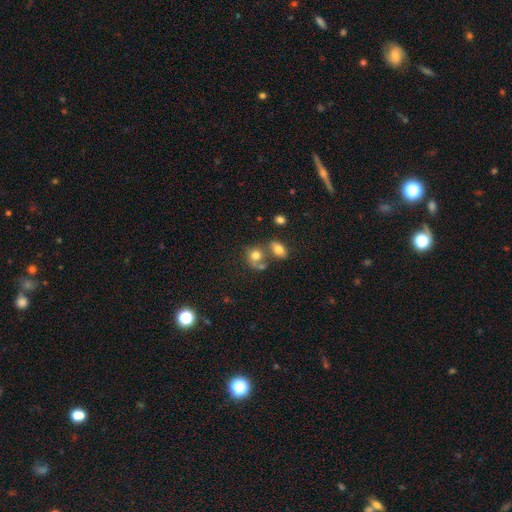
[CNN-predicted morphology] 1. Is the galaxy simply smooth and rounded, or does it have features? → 74% smooth, 14% featured or disk, 11% star or artifact.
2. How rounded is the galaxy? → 64% round, 35% in between, 2% cigar-shaped.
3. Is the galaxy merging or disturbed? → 42% merger, 37% none, 13% minor disturbance, 8% major disturbance.